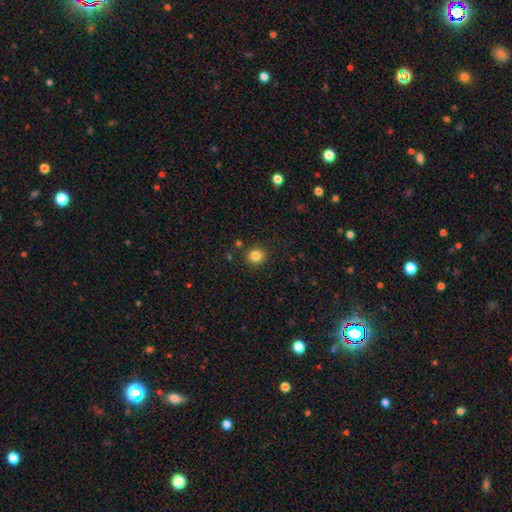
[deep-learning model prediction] smooth_or_featured: smooth (p=0.83) [alt: star or artifact p=0.12]
how_rounded: round (p=0.90) [alt: in between p=0.09]
merging: none (p=0.89) [alt: minor disturbance p=0.07]